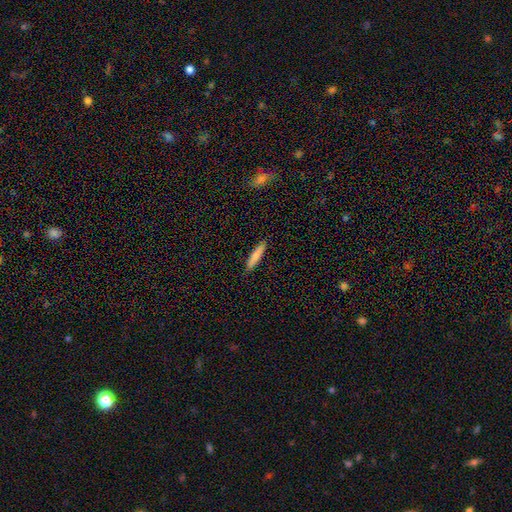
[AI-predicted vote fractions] Overall: smooth (81%). How rounded: cigar-shaped (88%). Merging: none (91%).